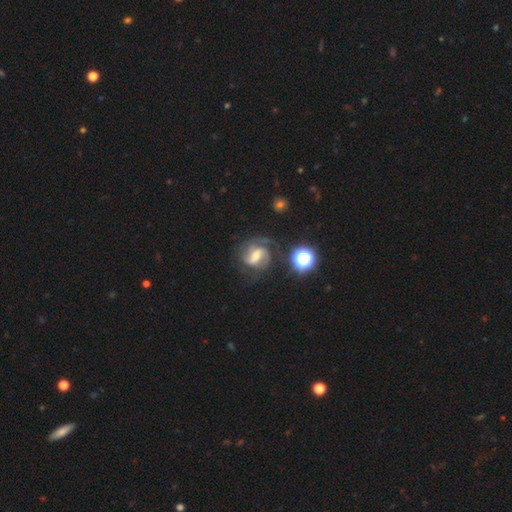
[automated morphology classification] Smooth or featured: featured or disk — 77% (smooth — 13%)
Edge-on disk: no — 97% (yes — 3%)
Bar: weak — 46% (strong — 38%)
Spiral arms: yes — 94% (no — 6%)
Spiral winding: medium — 51% (tight — 27%)
Spiral arm count: 2 — 71% (can't tell — 10%)
Bulge size: moderate — 45% (small — 39%)
Merging: none — 63% (minor disturbance — 19%)